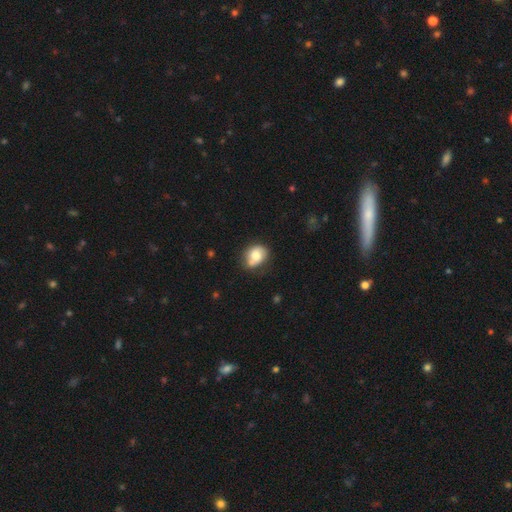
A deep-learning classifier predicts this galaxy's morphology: smooth-or-featured: smooth: 73% | featured or disk: 18% | star or artifact: 9%
  how-rounded: round: 52% | in between: 48% | cigar-shaped: 1%
  merging: none: 54% | minor disturbance: 28% | merger: 11% | major disturbance: 8%